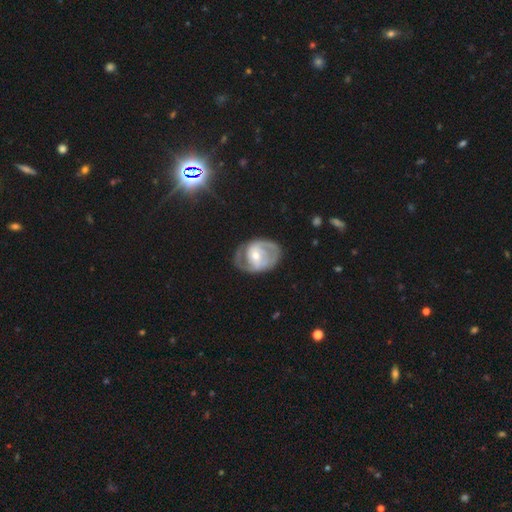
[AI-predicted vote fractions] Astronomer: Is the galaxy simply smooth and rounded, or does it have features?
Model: featured or disk — 80%.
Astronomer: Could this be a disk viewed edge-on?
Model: no — 97%.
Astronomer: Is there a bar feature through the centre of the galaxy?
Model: no — 40%, tied with weak at 40%.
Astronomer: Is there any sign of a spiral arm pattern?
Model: yes — 85%.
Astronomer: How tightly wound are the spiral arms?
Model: tight — 44% (runner-up: medium, 42%).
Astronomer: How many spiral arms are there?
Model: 2 — 73%.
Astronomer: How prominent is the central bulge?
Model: moderate — 53% (runner-up: small, 40%).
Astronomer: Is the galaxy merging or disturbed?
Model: none — 71%.